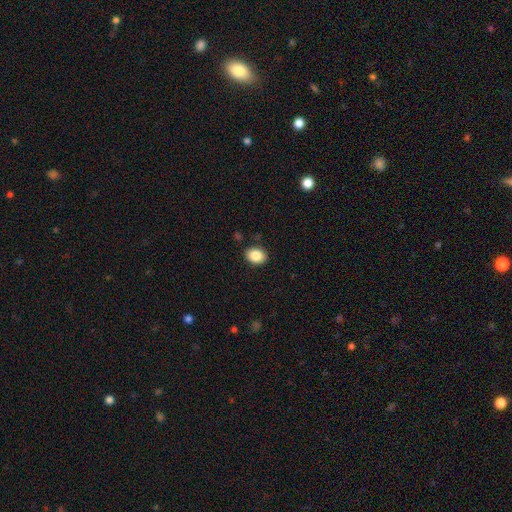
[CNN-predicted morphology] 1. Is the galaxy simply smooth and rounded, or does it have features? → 87% smooth, 8% star or artifact, 5% featured or disk.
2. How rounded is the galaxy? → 60% in between, 39% round, 1% cigar-shaped.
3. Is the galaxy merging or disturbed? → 88% none, 9% minor disturbance, 2% major disturbance, 2% merger.